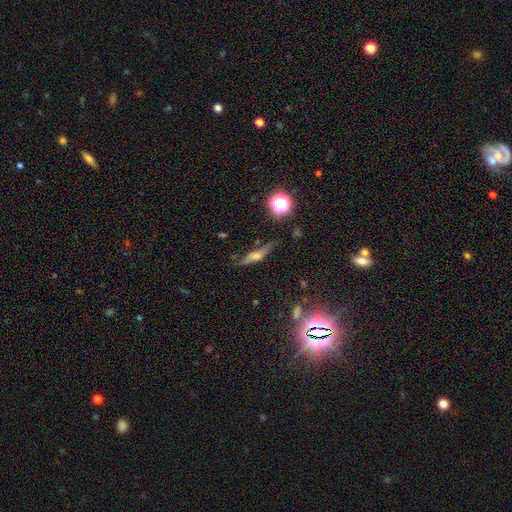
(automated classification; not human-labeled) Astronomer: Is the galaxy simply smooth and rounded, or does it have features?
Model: featured or disk — 47% (runner-up: smooth, 40%).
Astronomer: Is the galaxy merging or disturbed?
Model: none — 71%.